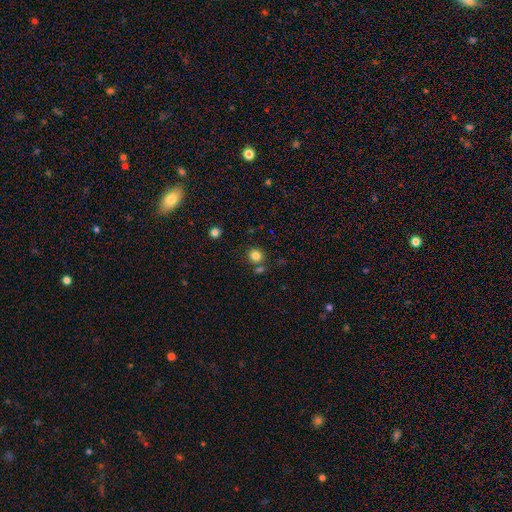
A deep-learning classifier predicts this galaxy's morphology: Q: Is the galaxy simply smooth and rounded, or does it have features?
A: smooth — 82%.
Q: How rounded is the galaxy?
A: round — 85%.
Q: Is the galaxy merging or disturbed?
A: none — 76%.